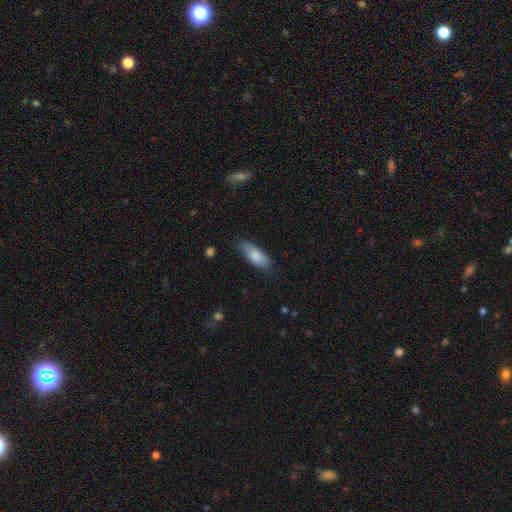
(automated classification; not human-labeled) smooth_or_featured: smooth (p=0.83) [alt: featured or disk p=0.11]
how_rounded: in between (p=0.71) [alt: cigar-shaped p=0.27]
merging: none (p=0.76) [alt: minor disturbance p=0.19]